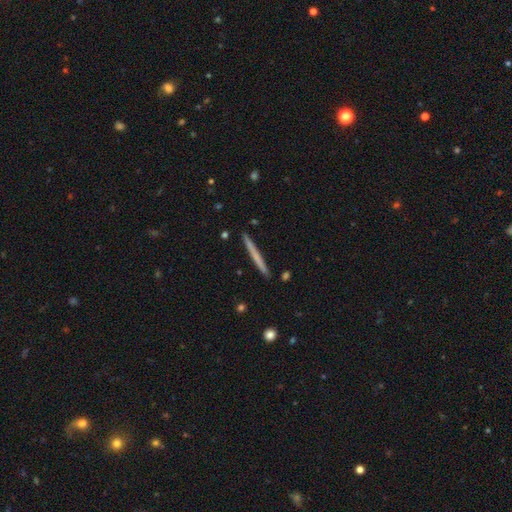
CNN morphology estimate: This is possibly a smooth galaxy (54%). How rounded: clearly cigar-shaped (97%). Merging: clearly none (92%).